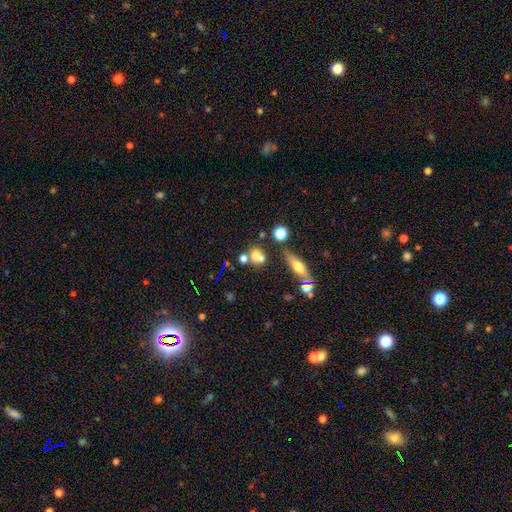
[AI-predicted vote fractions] Smooth or featured? smooth (62%)
How rounded? round (73%)
Merging? none (47%)